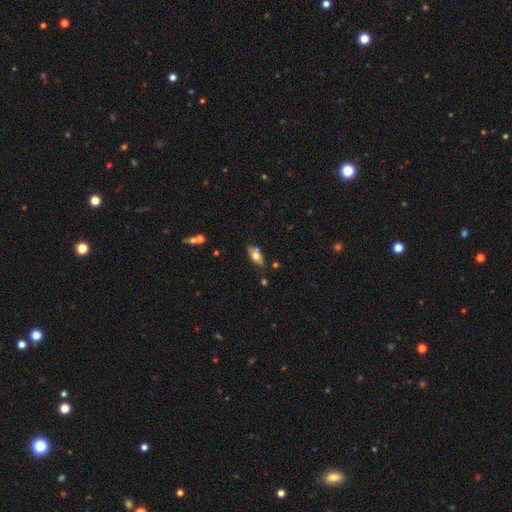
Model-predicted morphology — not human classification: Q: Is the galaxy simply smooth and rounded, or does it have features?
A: smooth — 67%.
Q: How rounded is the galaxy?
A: in between — 83%.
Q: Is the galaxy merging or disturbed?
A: none — 61%.